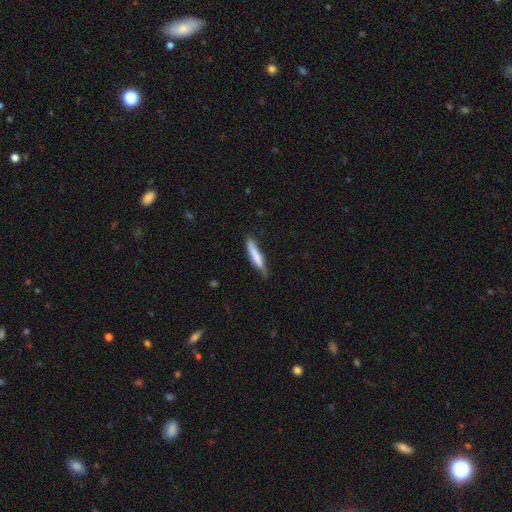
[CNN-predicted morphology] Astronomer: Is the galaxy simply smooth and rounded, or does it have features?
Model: smooth — 70%.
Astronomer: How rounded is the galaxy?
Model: cigar-shaped — 88%.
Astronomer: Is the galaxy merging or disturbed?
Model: none — 63%.